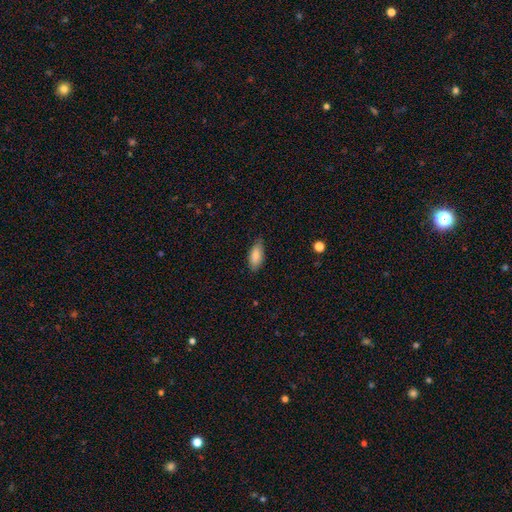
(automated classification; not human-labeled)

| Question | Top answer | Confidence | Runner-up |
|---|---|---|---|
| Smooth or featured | smooth | 86% | featured or disk (8%) |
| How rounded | in between | 85% | cigar-shaped (13%) |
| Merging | none | 79% | minor disturbance (17%) |